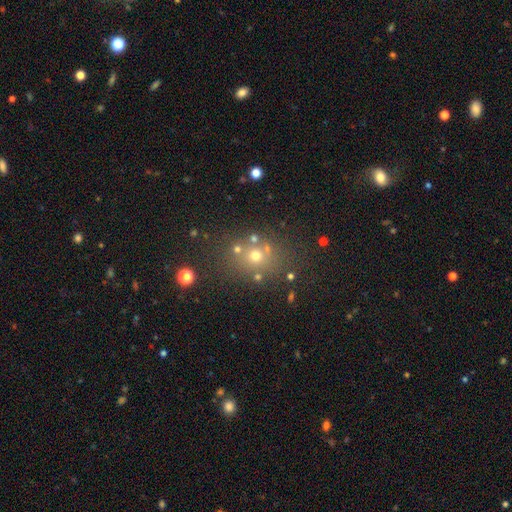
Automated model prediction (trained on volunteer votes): smooth 59%, star or artifact 25%, featured or disk 16%. Down the decision tree: how rounded — round (70%); merging — none (73%).